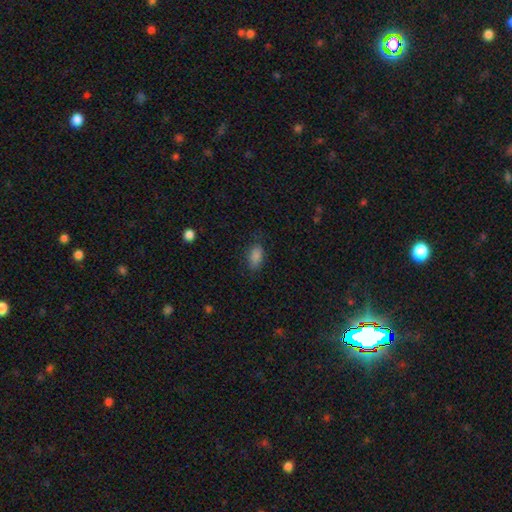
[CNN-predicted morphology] smooth 84%, star or artifact 11%, featured or disk 6%. Down the decision tree: how rounded — in between (90%); merging — none (78%).